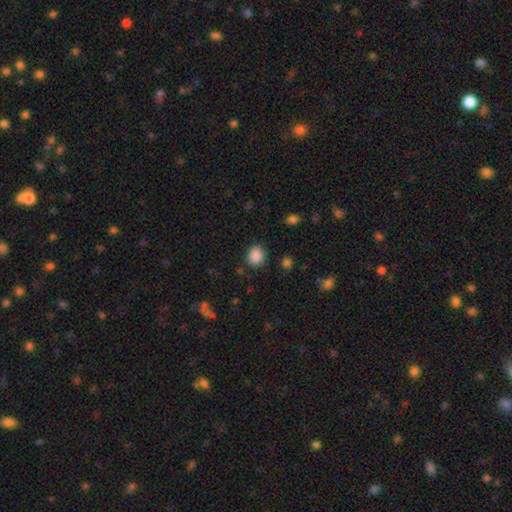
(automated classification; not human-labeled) smooth_or_featured: smooth (p=0.87) [alt: star or artifact p=0.09]
how_rounded: round (p=0.74) [alt: in between p=0.25]
merging: none (p=0.86) [alt: minor disturbance p=0.09]